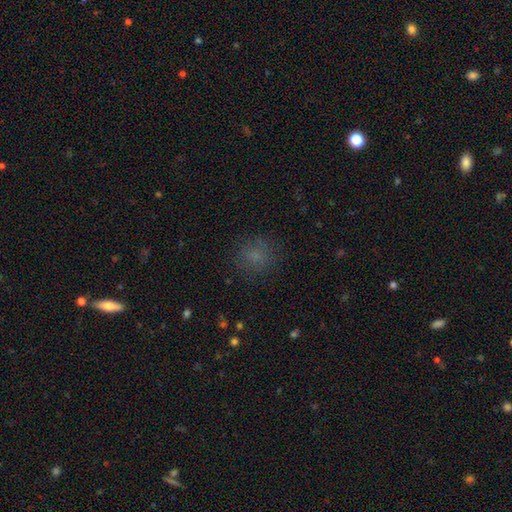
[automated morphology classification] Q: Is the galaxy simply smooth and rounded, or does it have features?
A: smooth — 71%.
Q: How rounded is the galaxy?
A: round — 84%.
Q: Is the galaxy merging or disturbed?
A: none — 82%.